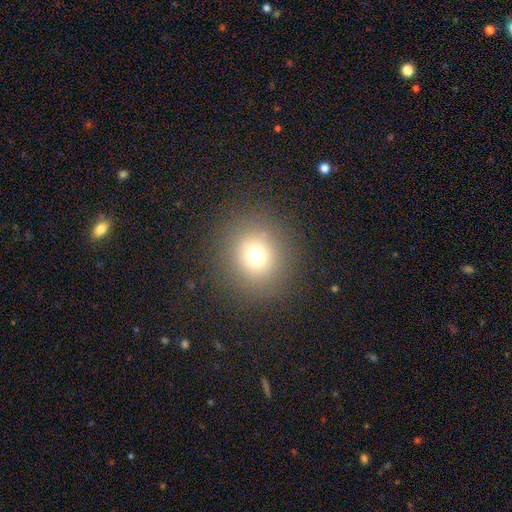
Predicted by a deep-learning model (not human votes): Q: Smooth or featured?
A: smooth (70%); runner-up: star or artifact (20%)
Q: How rounded?
A: round (90%); runner-up: in between (9%)
Q: Merging?
A: none (87%); runner-up: minor disturbance (7%)